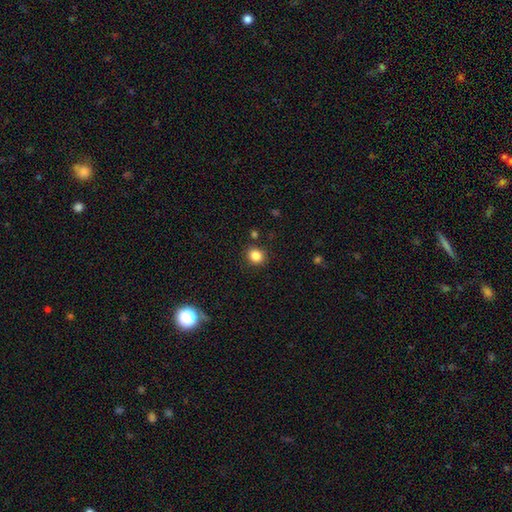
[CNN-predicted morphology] Smooth or featured?
  - smooth: 85% *
  - star or artifact: 11%
  - featured or disk: 4%
How rounded?
  - round: 72% *
  - in between: 27%
  - cigar-shaped: 1%
Merging?
  - none: 86% *
  - minor disturbance: 8%
  - merger: 3%
  - major disturbance: 3%